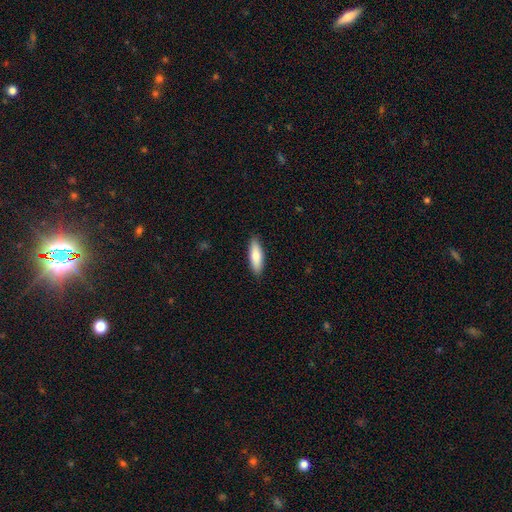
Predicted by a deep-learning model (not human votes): This appears to be a smooth galaxy with no disk features (79%) that is in between round and cigar-shaped (51%). Merging: none (89%).